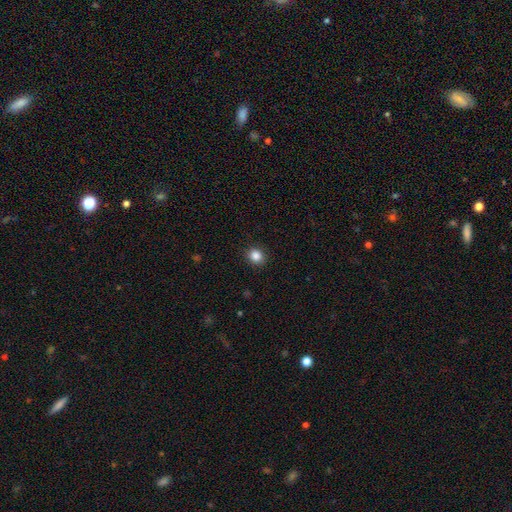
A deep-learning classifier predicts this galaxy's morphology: A smooth galaxy with no disk features (86%) that is round (78%).

Vote fractions:
- Smooth or featured? smooth: 86% / star or artifact: 11% / featured or disk: 4%
- How rounded? round: 78% / in between: 21% / cigar-shaped: 1%
- Merging? none: 91% / minor disturbance: 6% / major disturbance: 2% / merger: 1%